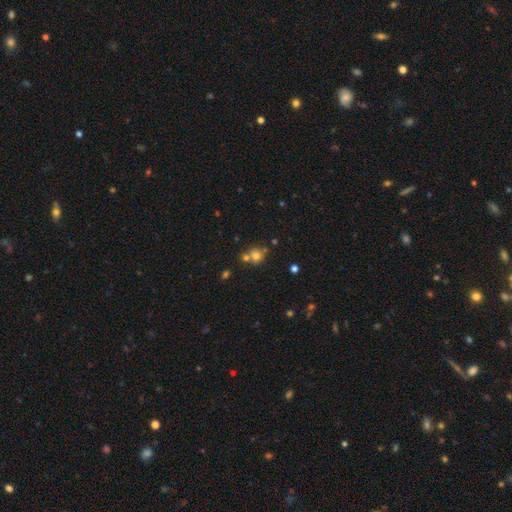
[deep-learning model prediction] This appears to be a smooth galaxy with no disk features (67%) that is round (80%). Merging: none (52%).